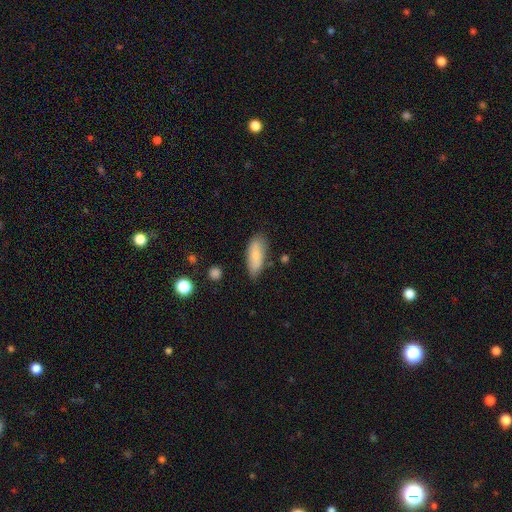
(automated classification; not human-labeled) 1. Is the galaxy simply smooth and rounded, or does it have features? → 81% smooth, 13% featured or disk, 6% star or artifact.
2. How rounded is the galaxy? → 75% in between, 23% cigar-shaped, 2% round.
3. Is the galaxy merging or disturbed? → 73% none, 21% minor disturbance, 4% major disturbance, 3% merger.